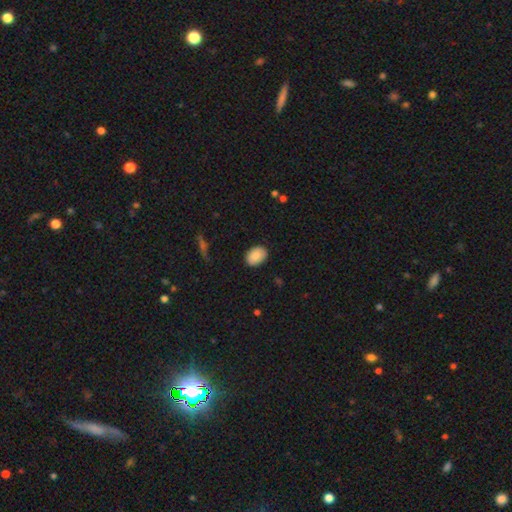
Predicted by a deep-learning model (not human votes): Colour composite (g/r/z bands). It shows a smooth galaxy with no disk features (86%) that is in between round and cigar-shaped (81%). Merging: none (87%).